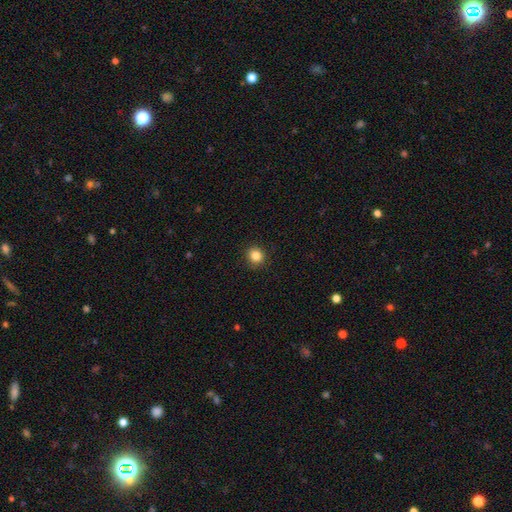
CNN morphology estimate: smooth_or_featured: smooth (p=0.85) [alt: star or artifact p=0.11]
how_rounded: round (p=0.87) [alt: in between p=0.12]
merging: none (p=0.90) [alt: minor disturbance p=0.07]